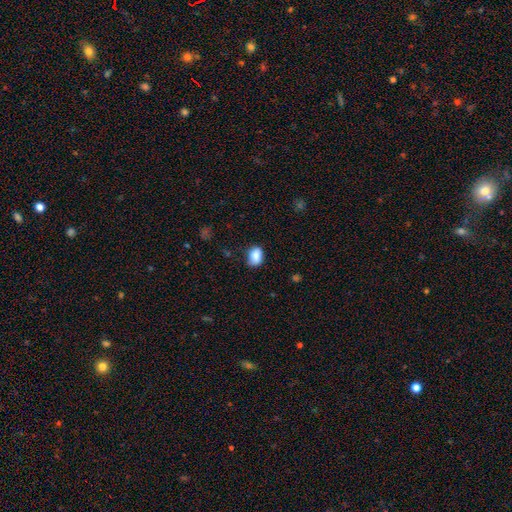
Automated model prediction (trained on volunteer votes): Smooth or featured?
  - smooth: 85% *
  - star or artifact: 8%
  - featured or disk: 6%
How rounded?
  - in between: 77% *
  - round: 21%
  - cigar-shaped: 1%
Merging?
  - none: 73% *
  - minor disturbance: 21%
  - major disturbance: 4%
  - merger: 2%